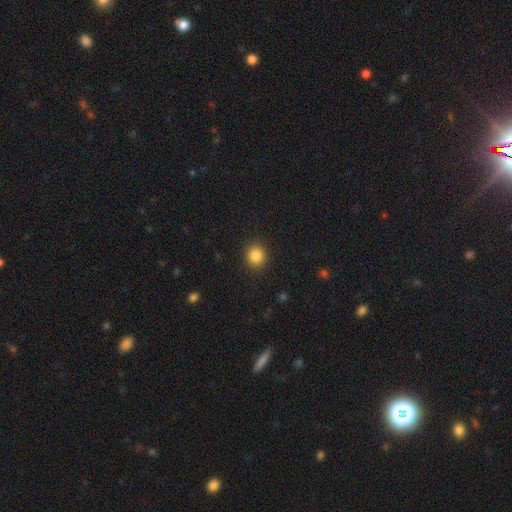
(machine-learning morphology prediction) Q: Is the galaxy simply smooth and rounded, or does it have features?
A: smooth — 86%.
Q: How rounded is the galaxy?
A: round — 84%.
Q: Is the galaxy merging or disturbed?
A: none — 90%.